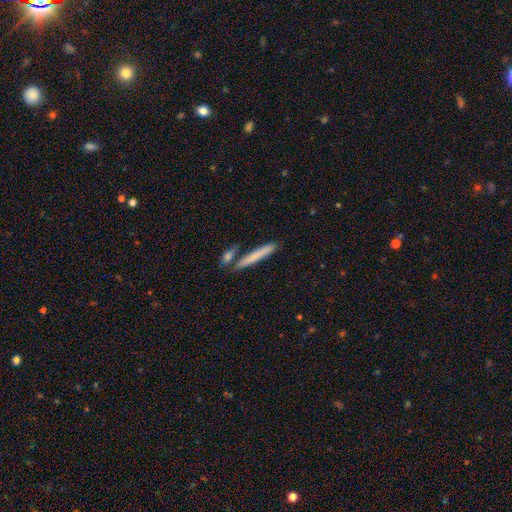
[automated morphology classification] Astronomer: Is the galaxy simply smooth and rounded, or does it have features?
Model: smooth — 71%.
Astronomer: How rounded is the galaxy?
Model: cigar-shaped — 95%.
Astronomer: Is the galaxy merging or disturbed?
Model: none — 78%.